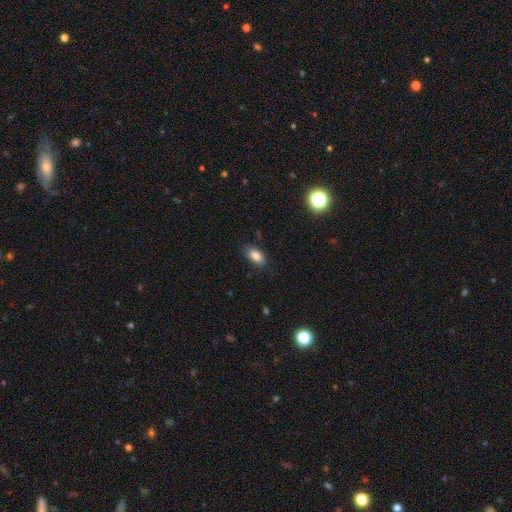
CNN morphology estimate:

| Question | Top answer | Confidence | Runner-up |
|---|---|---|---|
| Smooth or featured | smooth | 85% | star or artifact (9%) |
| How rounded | in between | 91% | round (5%) |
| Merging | none | 82% | minor disturbance (14%) |